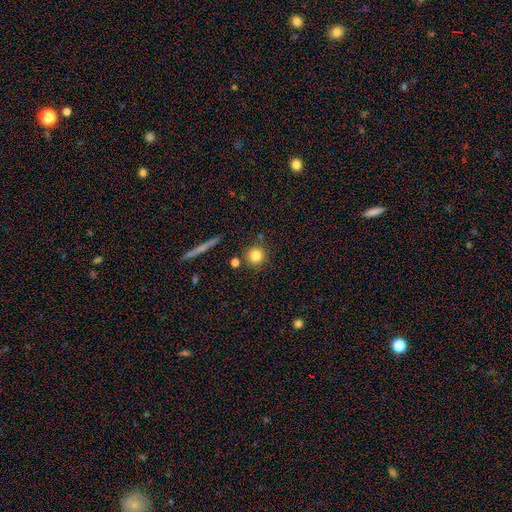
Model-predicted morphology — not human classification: Smooth or featured? smooth (82%)
How rounded? round (93%)
Merging? none (82%)